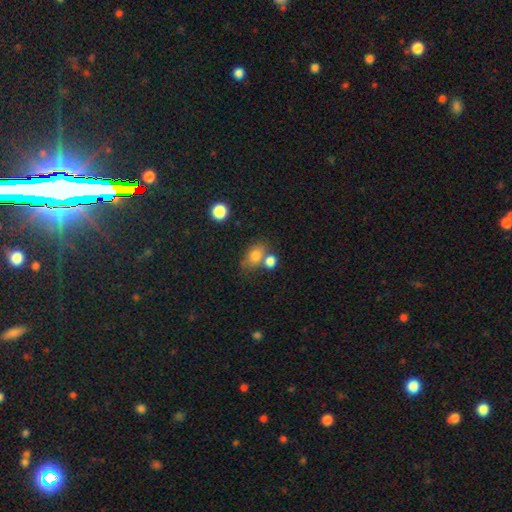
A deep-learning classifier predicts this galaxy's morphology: Smooth or featured? Predicted: smooth (p=0.77). How rounded? Predicted: in between (p=0.63). Merging? Predicted: none (p=0.45).